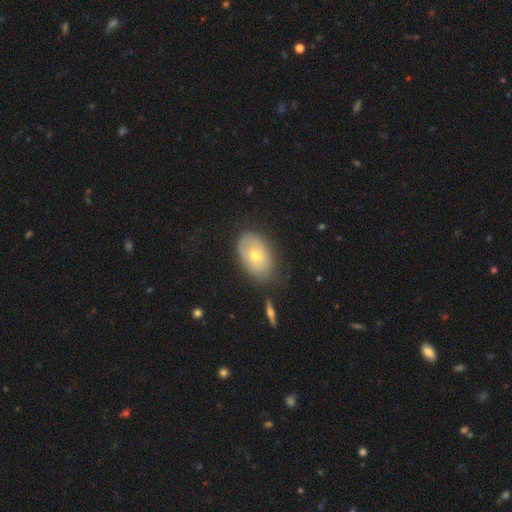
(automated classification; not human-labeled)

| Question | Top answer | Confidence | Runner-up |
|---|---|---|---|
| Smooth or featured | smooth | 53% | featured or disk (40%) |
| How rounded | in between | 86% | round (13%) |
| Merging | none | 69% | minor disturbance (22%) |